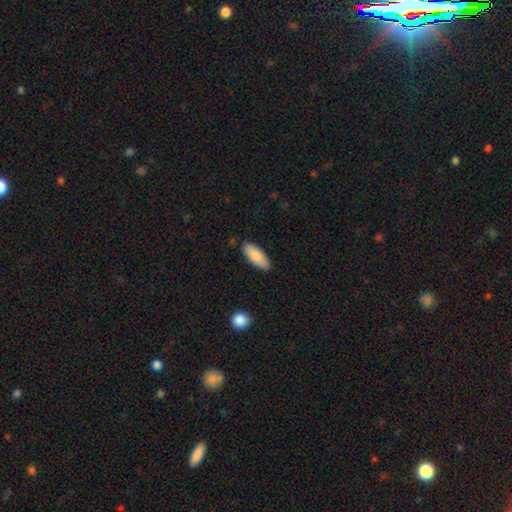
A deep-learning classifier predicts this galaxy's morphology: smooth-or-featured: smooth: 85% | featured or disk: 9% | star or artifact: 6%
  how-rounded: in between: 77% | cigar-shaped: 21% | round: 2%
  merging: none: 86% | minor disturbance: 11% | major disturbance: 2% | merger: 2%